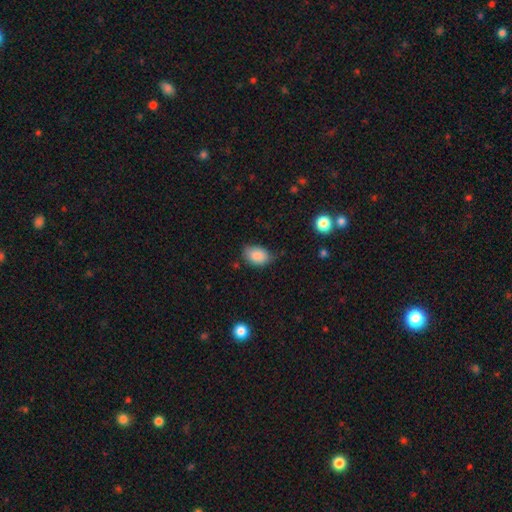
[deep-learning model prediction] Overall: smooth (86%). How rounded: in between (83%). Merging: none (67%).